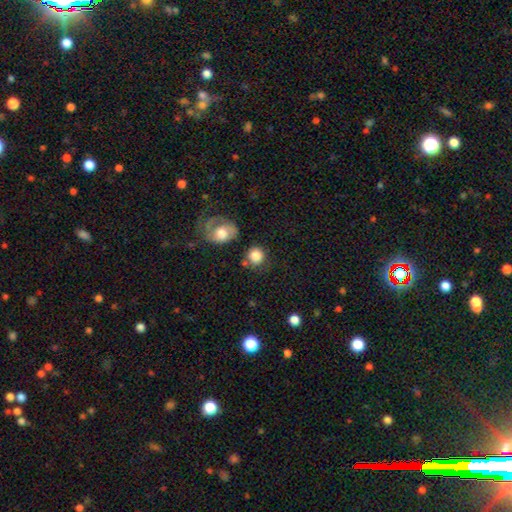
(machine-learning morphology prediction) Smooth or featured? Predicted: smooth (p=0.82). How rounded? Predicted: round (p=0.85). Merging? Predicted: none (p=0.63).